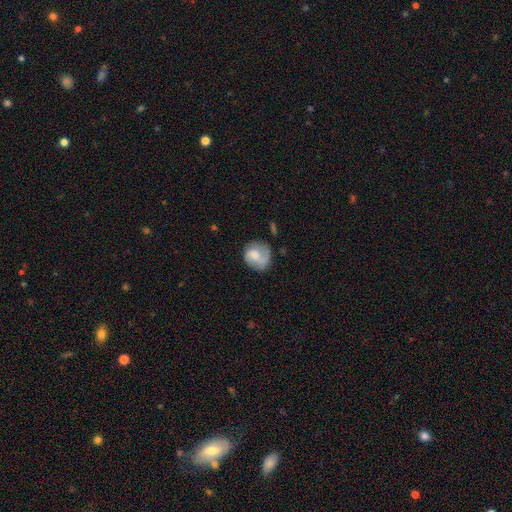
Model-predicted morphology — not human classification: Smooth or featured?
  - smooth: 56% *
  - featured or disk: 37%
  - star or artifact: 7%
How rounded?
  - round: 76% *
  - in between: 23%
  - cigar-shaped: 1%
Merging?
  - none: 59% *
  - minor disturbance: 25%
  - major disturbance: 13%
  - merger: 3%